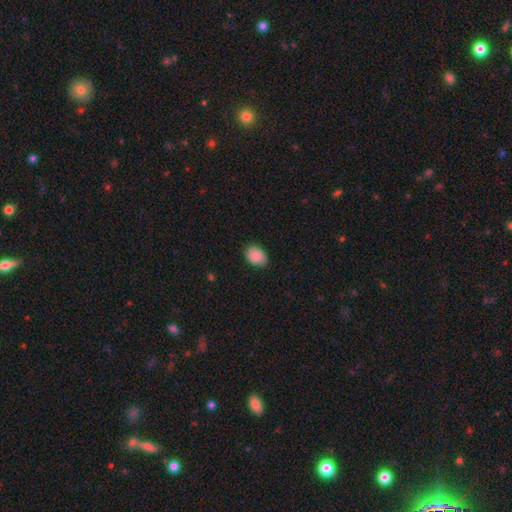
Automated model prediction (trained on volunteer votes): Morphology: type=smooth (89%); roundness=in between (75%); merging=none (81%).